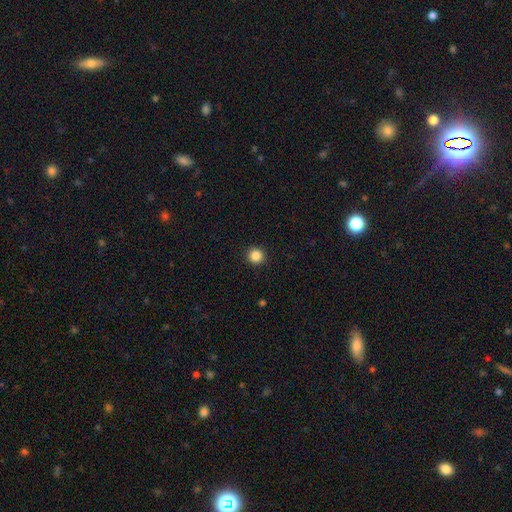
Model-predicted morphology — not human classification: Overall: smooth (86%). How rounded: round (95%). Merging: none (93%).